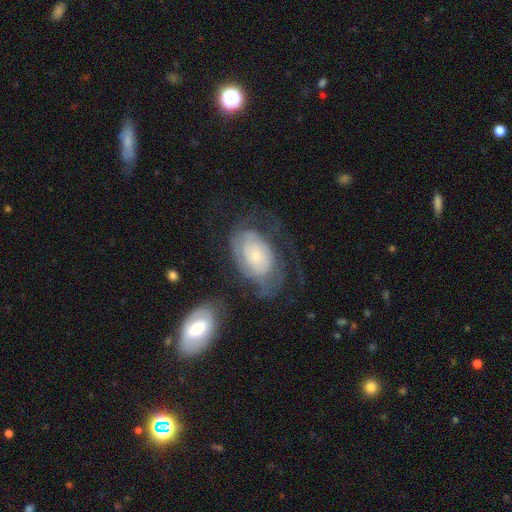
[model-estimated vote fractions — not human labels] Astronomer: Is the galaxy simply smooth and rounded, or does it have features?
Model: featured or disk — 65%.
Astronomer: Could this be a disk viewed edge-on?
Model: no — 95%.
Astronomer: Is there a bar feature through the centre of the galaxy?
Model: no — 78%.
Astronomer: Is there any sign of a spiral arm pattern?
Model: yes — 78%.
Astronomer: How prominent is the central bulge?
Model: small — 68%.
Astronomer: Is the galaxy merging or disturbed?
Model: none — 45% (runner-up: major disturbance, 27%).